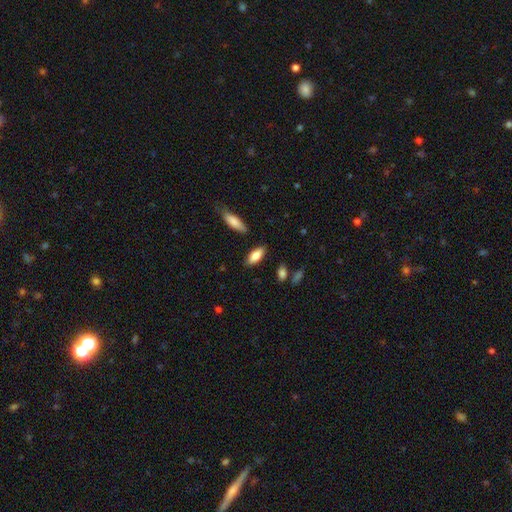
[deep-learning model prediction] Q: Smooth or featured?
A: smooth (82%); runner-up: featured or disk (11%)
Q: How rounded?
A: in between (79%); runner-up: cigar-shaped (19%)
Q: Merging?
A: none (83%); runner-up: minor disturbance (11%)